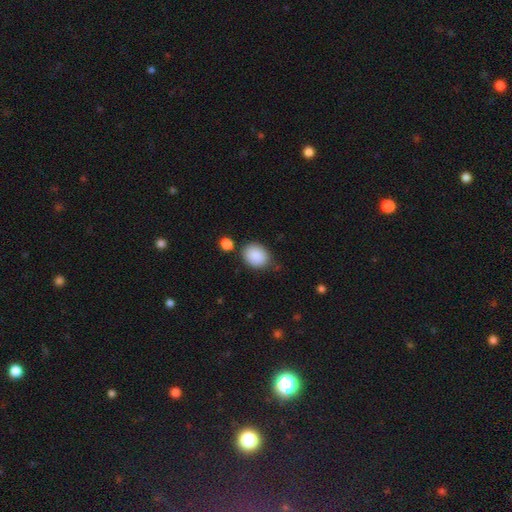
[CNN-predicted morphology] Smooth or featured? smooth (88%)
How rounded? in between (53%)
Merging? none (72%)